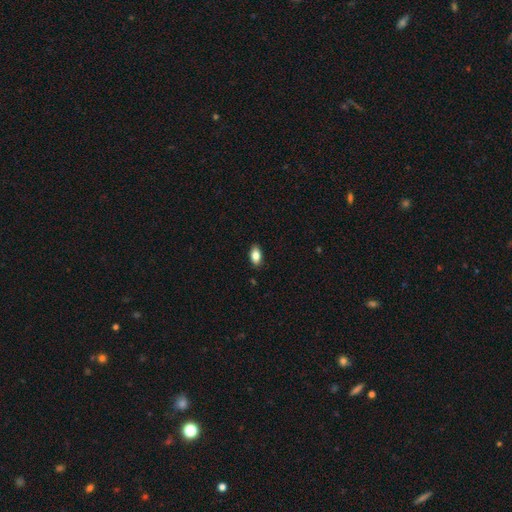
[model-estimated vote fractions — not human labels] Smooth or featured? smooth (83%)
How rounded? in between (91%)
Merging? none (88%)